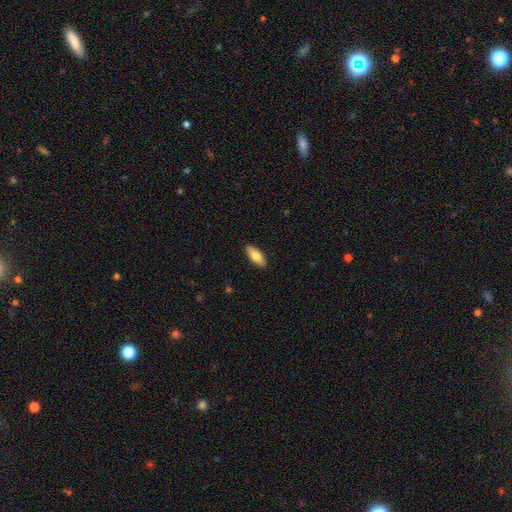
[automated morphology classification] This appears to be a smooth galaxy with no disk features (72%) that is in between round and cigar-shaped (71%). Merging: none (89%).